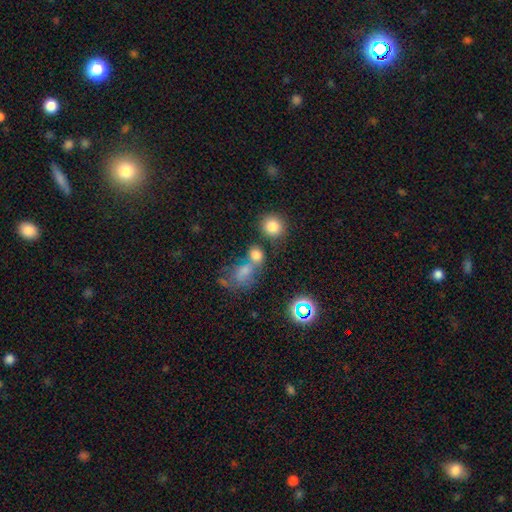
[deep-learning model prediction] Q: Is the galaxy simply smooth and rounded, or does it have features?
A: smooth — 67%.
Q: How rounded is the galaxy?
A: round — 59%.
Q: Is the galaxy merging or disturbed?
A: none — 42%.